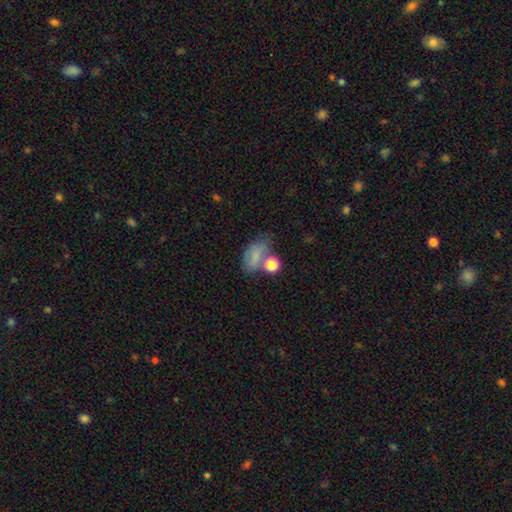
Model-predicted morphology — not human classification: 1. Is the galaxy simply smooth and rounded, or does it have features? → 71% smooth, 16% featured or disk, 14% star or artifact.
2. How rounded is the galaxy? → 80% in between, 16% round, 4% cigar-shaped.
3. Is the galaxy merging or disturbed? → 41% none, 23% merger, 22% minor disturbance, 14% major disturbance.